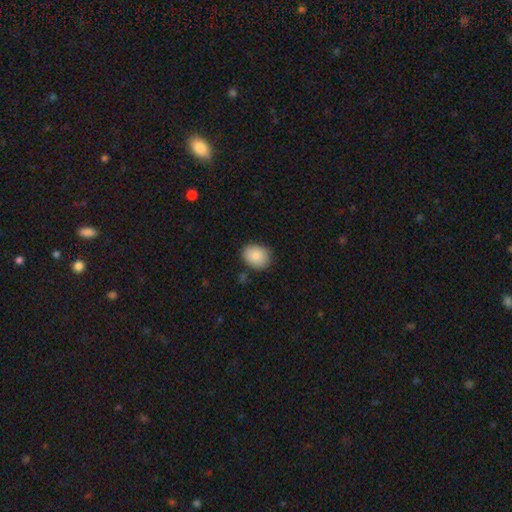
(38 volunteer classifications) A smooth galaxy with no disk features (84%) that is round (53%).

Vote fractions:
- Smooth or featured? smooth: 84% / featured or disk: 8% / star or artifact: 8%
- How rounded? round: 53% / in between: 47% / cigar-shaped: 0%
- Merging? none: 66% / minor disturbance: 23% / major disturbance: 6% / merger: 6%